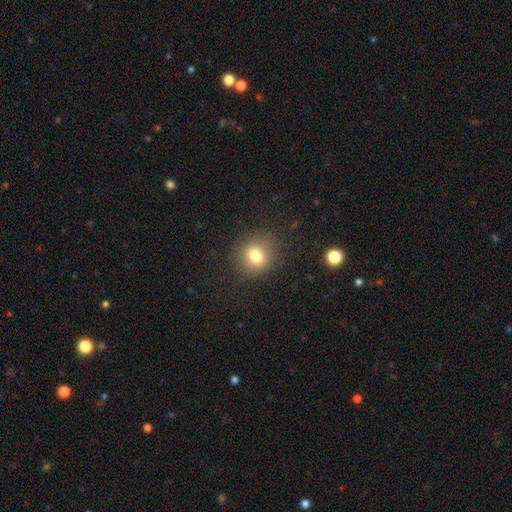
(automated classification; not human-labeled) smooth-or-featured: smooth: 78% | star or artifact: 13% | featured or disk: 9%
  how-rounded: round: 77% | in between: 22% | cigar-shaped: 1%
  merging: none: 84% | minor disturbance: 10% | major disturbance: 4% | merger: 1%